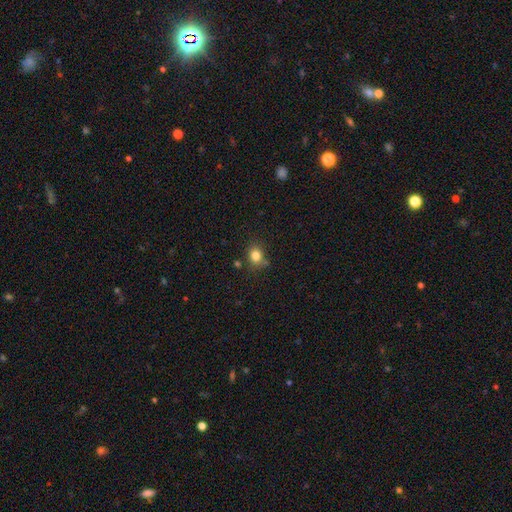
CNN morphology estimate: This appears to be a smooth galaxy with no disk features (81%) that is round (63%). Merging: none (75%).